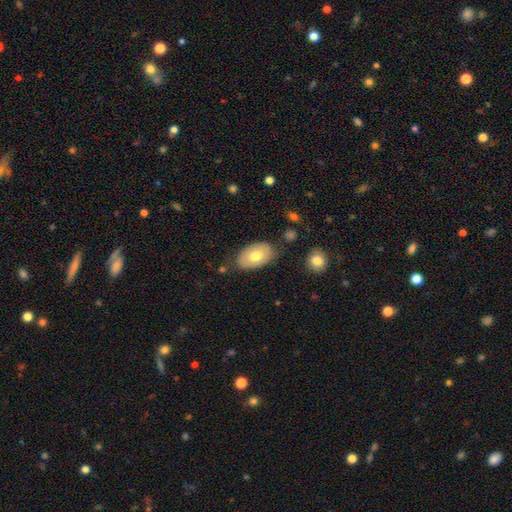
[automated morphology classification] smooth_or_featured: smooth (p=0.67) [alt: featured or disk p=0.27]
how_rounded: in between (p=0.92) [alt: round p=0.06]
merging: none (p=0.76) [alt: minor disturbance p=0.17]